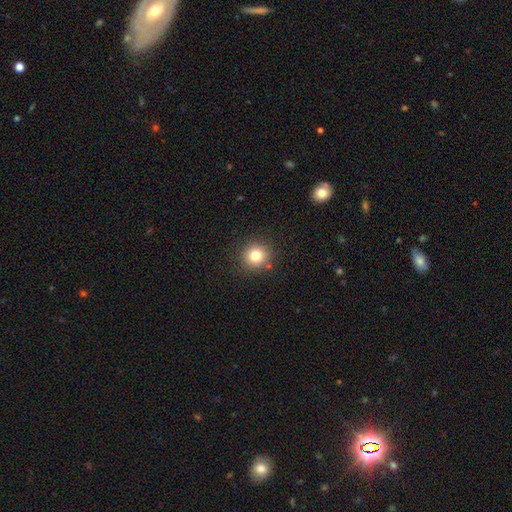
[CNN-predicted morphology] smooth 80%, star or artifact 13%, featured or disk 7%. Down the decision tree: how rounded — round (92%); merging — none (88%).